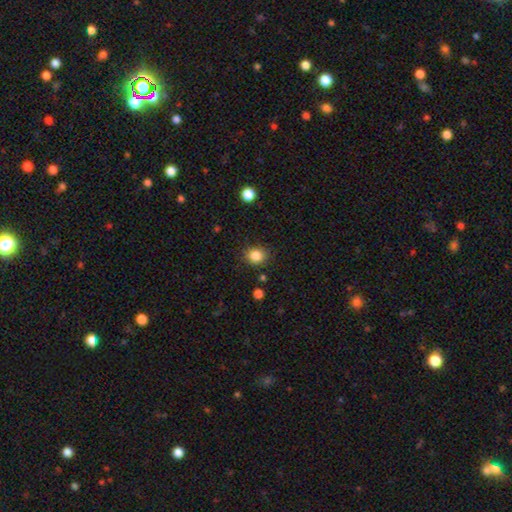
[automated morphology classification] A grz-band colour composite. It shows a smooth galaxy with no disk features (85%) that is round (74%). Merging: none (86%).